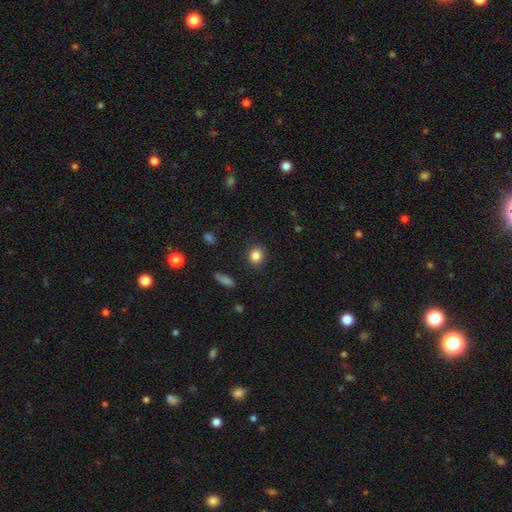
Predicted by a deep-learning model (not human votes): Smooth or featured: smooth — 85% (star or artifact — 10%)
How rounded: round — 78% (in between — 21%)
Merging: none — 89% (minor disturbance — 7%)